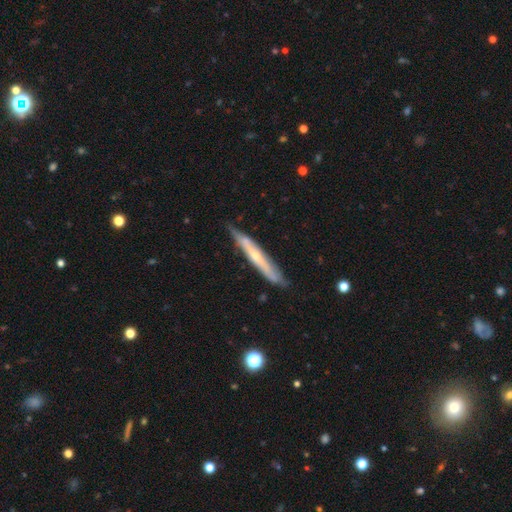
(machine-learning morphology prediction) Smooth or featured? featured or disk (61%)
Edge-on disk? yes (85%)
Edge-on bulge? rounded (55%)
Merging? none (77%)